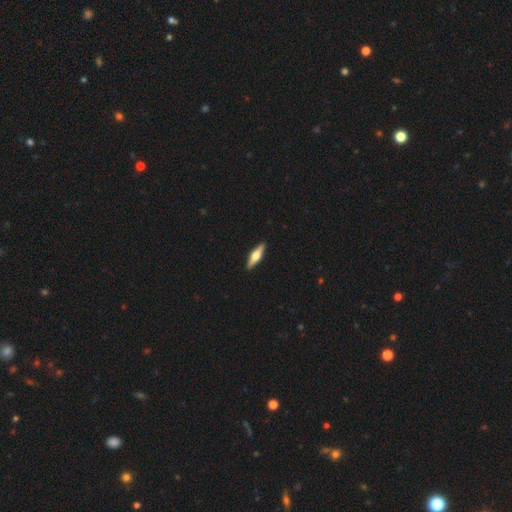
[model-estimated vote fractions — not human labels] Smooth or featured? featured or disk (57%)
Edge-on disk? yes (96%)
Edge-on bulge? rounded (93%)
Merging? none (92%)